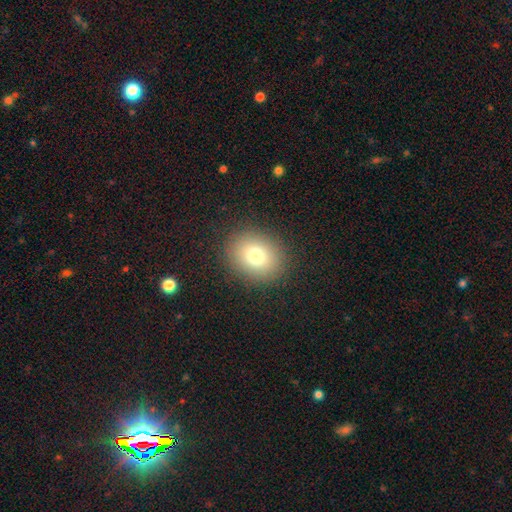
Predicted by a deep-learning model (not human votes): Smooth or featured: smooth — 78% (star or artifact — 12%)
How rounded: round — 60% (in between — 39%)
Merging: none — 89% (minor disturbance — 7%)